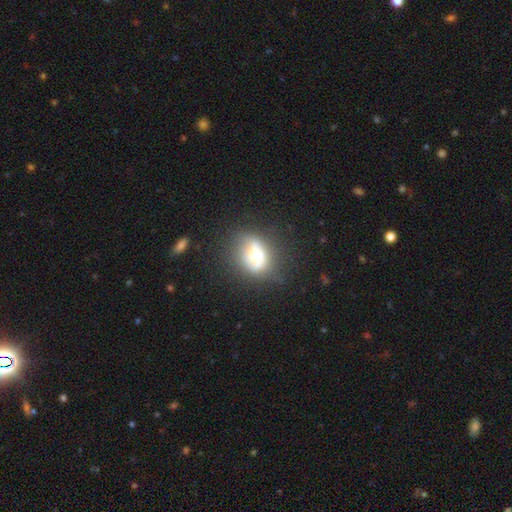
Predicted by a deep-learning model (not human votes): Smooth or featured? Predicted: smooth (p=0.51). How rounded? Predicted: in between (p=0.57). Merging? Predicted: none (p=0.51).